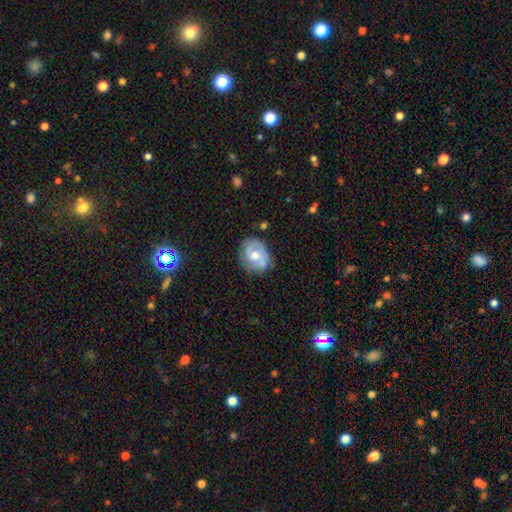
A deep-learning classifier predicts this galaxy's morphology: Smooth or featured? featured or disk (58%)
Edge-on disk? no (97%)
Bar? no (66%)
Spiral arms? yes (68%)
Bulge size? moderate (67%)
Merging? none (60%)